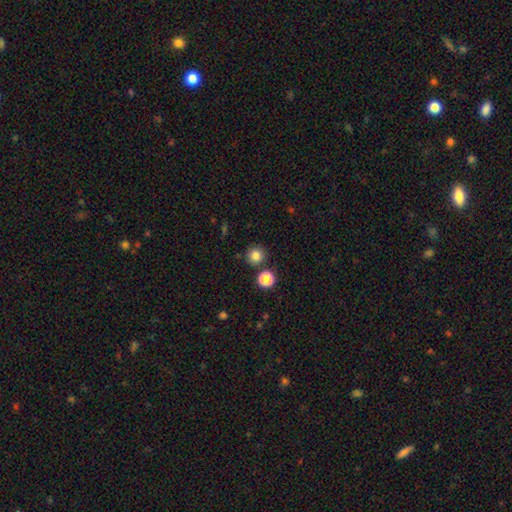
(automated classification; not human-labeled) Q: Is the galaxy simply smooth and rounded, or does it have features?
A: smooth — 81%.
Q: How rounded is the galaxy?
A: round — 94%.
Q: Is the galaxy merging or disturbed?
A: none — 85%.